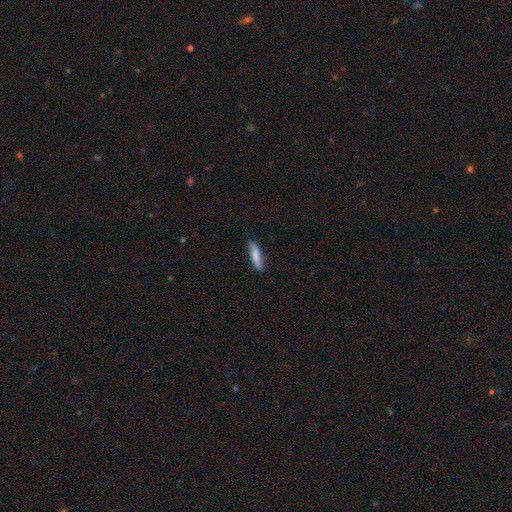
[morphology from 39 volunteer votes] A smooth galaxy with no disk features (69%) that is cigar-shaped (70%).

Vote fractions:
- Smooth or featured? smooth: 69% / featured or disk: 28% / star or artifact: 3%
- How rounded? cigar-shaped: 70% / in between: 30% / round: 0%
- Merging? none: 82% / minor disturbance: 16% / major disturbance: 3% / merger: 0%